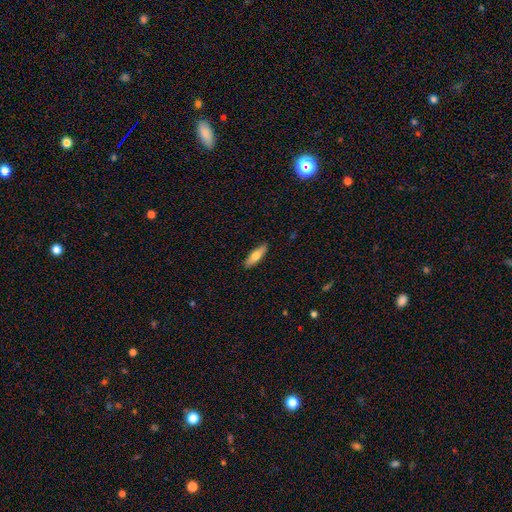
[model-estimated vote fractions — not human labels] Smooth or featured: smooth — 68% (featured or disk — 26%)
How rounded: cigar-shaped — 53% (in between — 45%)
Merging: none — 89% (minor disturbance — 8%)